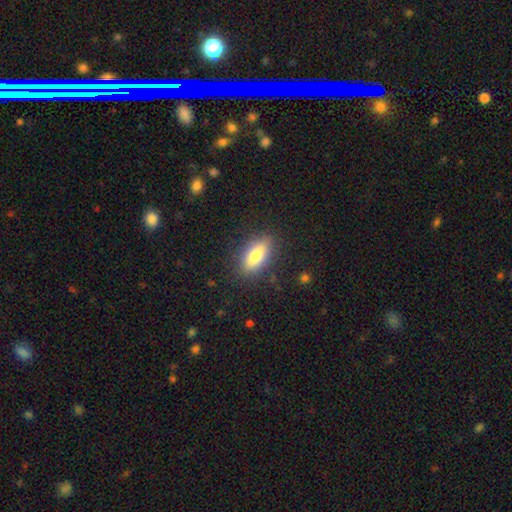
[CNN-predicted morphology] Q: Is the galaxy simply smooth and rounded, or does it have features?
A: smooth — 74%.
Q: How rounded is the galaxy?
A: in between — 77%.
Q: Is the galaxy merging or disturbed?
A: none — 85%.